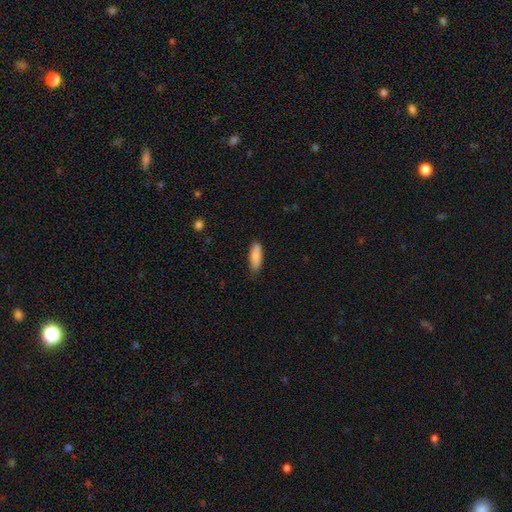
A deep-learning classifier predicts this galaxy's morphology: smooth 87%, featured or disk 7%, star or artifact 6%. Down the decision tree: how rounded — in between (60%); merging — none (81%).